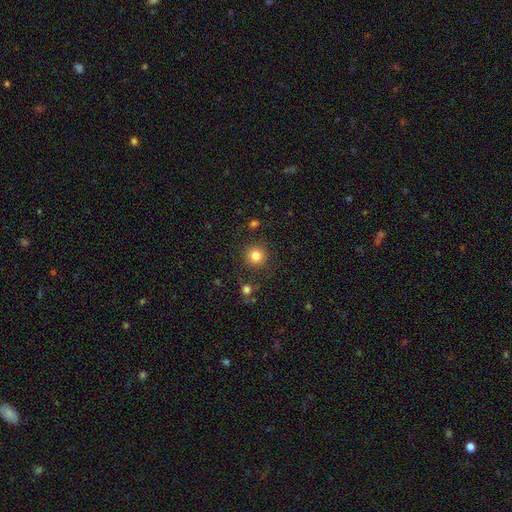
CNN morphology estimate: smooth_or_featured: smooth (p=0.82) [alt: star or artifact p=0.12]
how_rounded: round (p=0.94) [alt: in between p=0.05]
merging: none (p=0.88) [alt: minor disturbance p=0.07]